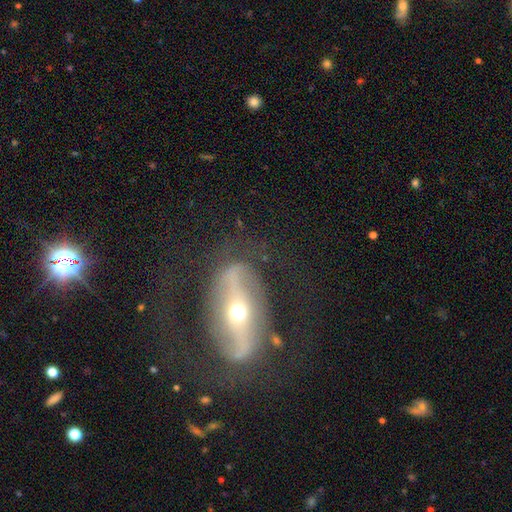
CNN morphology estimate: smooth-or-featured: featured or disk: 80% | smooth: 13% | star or artifact: 7%
  disk-edge-on: no: 85% | yes: 15%
    bar: strong: 54% | no: 26% | weak: 20%
    has-spiral-arms: yes: 66% | no: 34%
    bulge-size: moderate: 57% | small: 35% | large: 5% | dominant: 2% | none: 1%
  merging: none: 72% | major disturbance: 13% | minor disturbance: 13% | merger: 2%